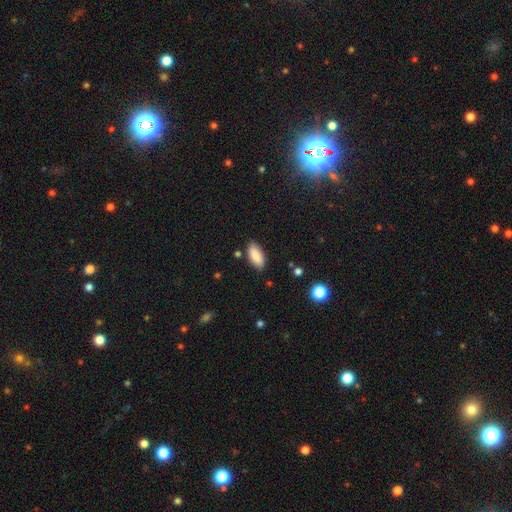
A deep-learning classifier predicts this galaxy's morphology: Smooth or featured: smooth — 88% (star or artifact — 7%)
How rounded: in between — 88% (cigar-shaped — 10%)
Merging: none — 84% (minor disturbance — 12%)